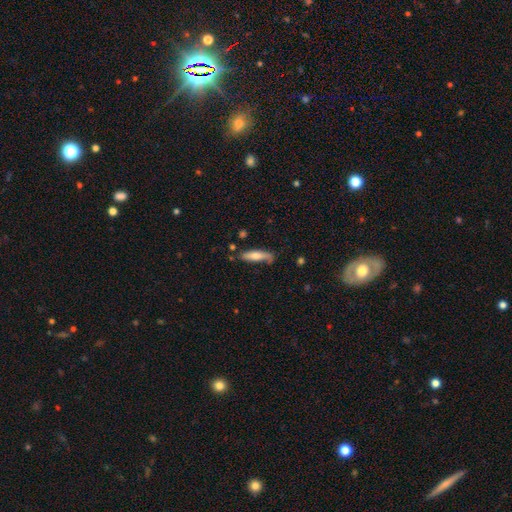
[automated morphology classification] Smooth or featured? smooth (64%)
How rounded? cigar-shaped (70%)
Merging? none (64%)